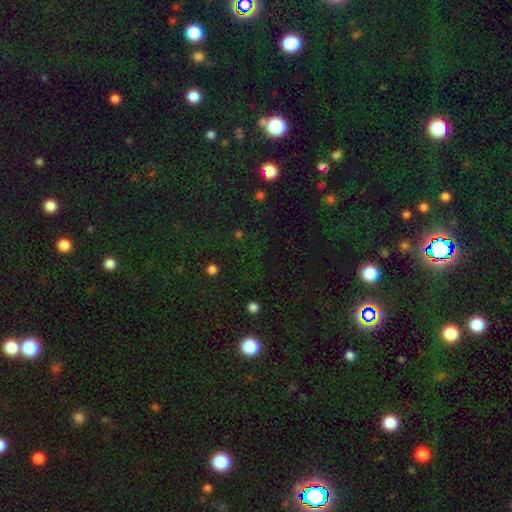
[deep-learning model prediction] This appears to be a star or artifact, not a galaxy (71%).